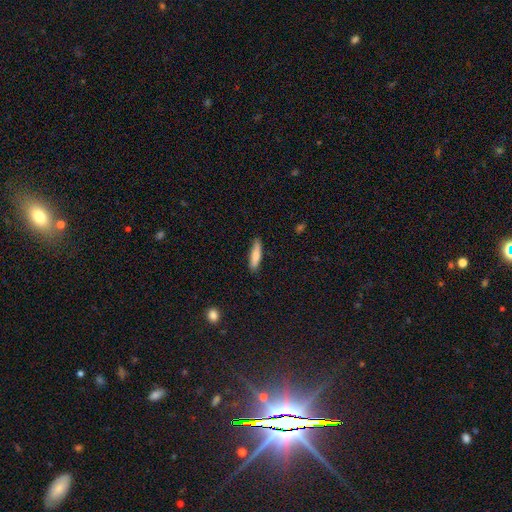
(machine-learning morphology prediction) Q: Smooth or featured?
A: smooth (79%); runner-up: featured or disk (15%)
Q: How rounded?
A: cigar-shaped (75%); runner-up: in between (23%)
Q: Merging?
A: none (87%); runner-up: minor disturbance (10%)